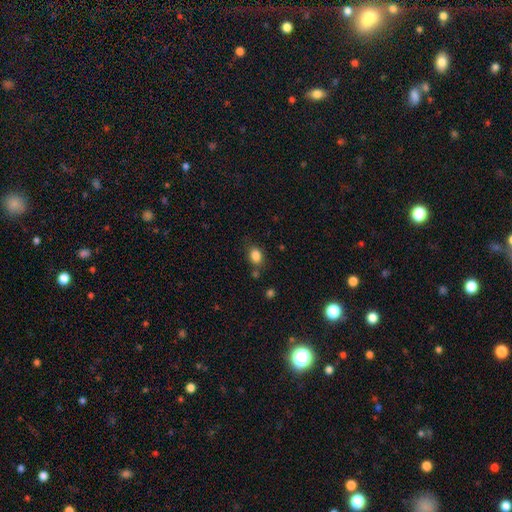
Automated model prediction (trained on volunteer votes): This appears to be a smooth galaxy with no disk features (85%) that is in between round and cigar-shaped (61%). Merging: none (73%).